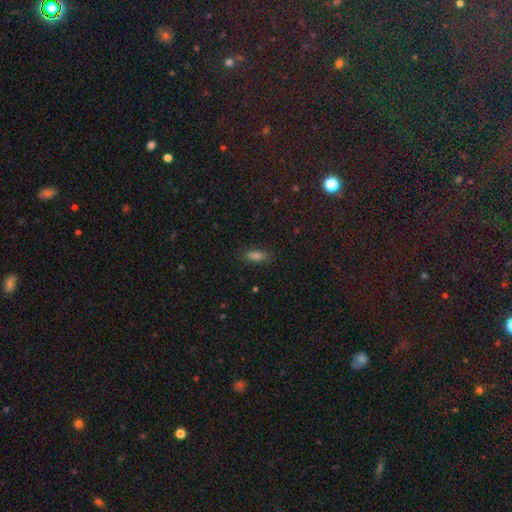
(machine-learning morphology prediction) type=smooth (72%); roundness=in between (72%); merging=none (86%).